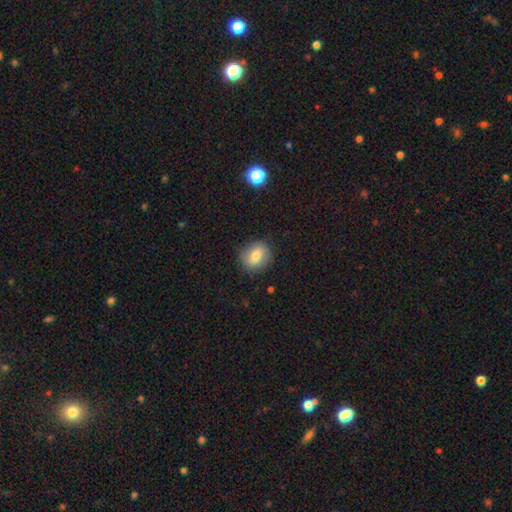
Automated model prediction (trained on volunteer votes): smooth 75%, featured or disk 16%, star or artifact 9%. Down the decision tree: how rounded — round (63%); merging — none (82%).